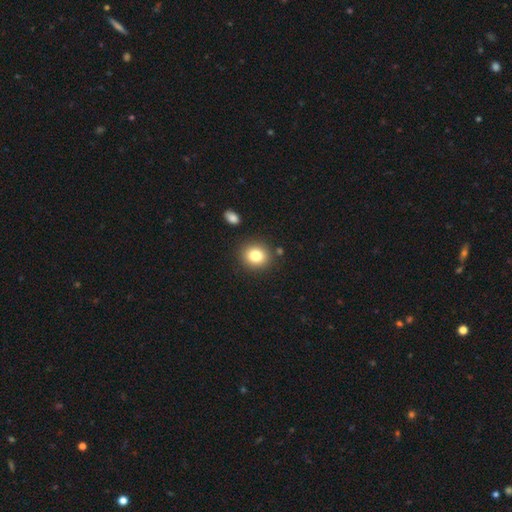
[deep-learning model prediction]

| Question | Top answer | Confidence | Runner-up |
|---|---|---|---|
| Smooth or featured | smooth | 81% | star or artifact (11%) |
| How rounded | round | 77% | in between (22%) |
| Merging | none | 86% | minor disturbance (8%) |